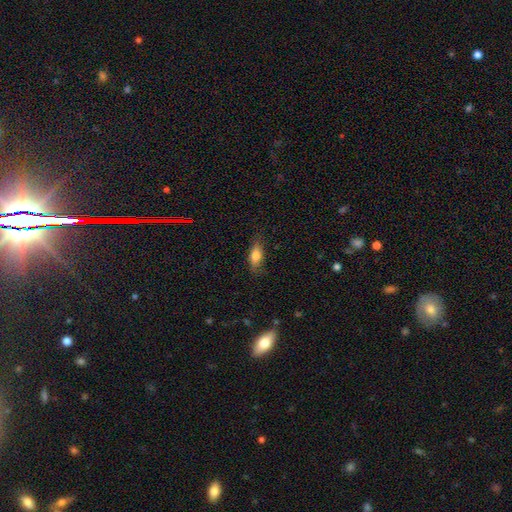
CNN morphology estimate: smooth_or_featured: smooth (p=0.73) [alt: featured or disk p=0.19]
how_rounded: in between (p=0.73) [alt: cigar-shaped p=0.22]
merging: none (p=0.78) [alt: minor disturbance p=0.17]